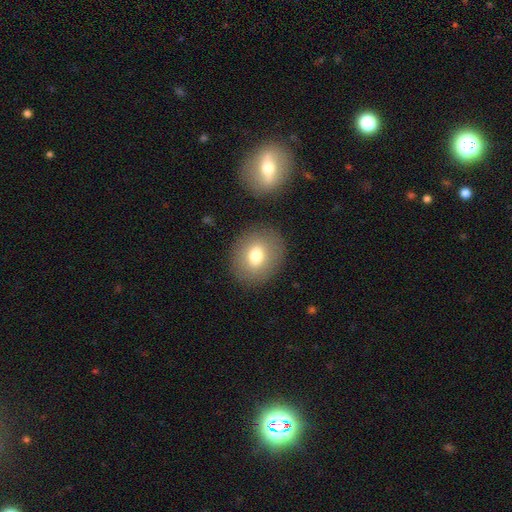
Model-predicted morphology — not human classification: Smooth or featured: smooth — 73% (featured or disk — 18%)
How rounded: round — 62% (in between — 37%)
Merging: none — 86% (minor disturbance — 9%)